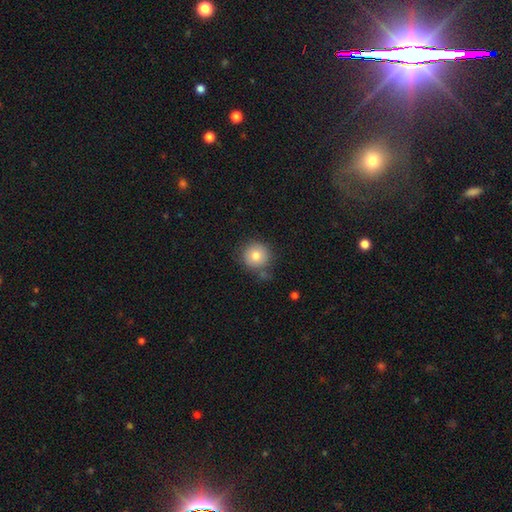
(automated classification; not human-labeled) Smooth or featured? Predicted: smooth (p=0.79). How rounded? Predicted: round (p=0.93). Merging? Predicted: none (p=0.74).